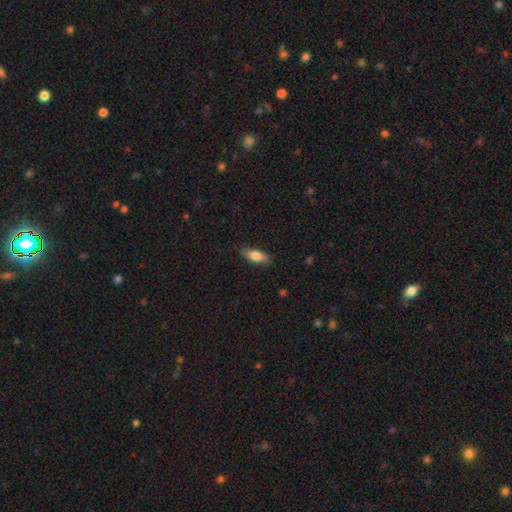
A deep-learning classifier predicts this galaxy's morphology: A smooth galaxy with no disk features (80%) that is in between round and cigar-shaped (74%). Merging: none (84%).